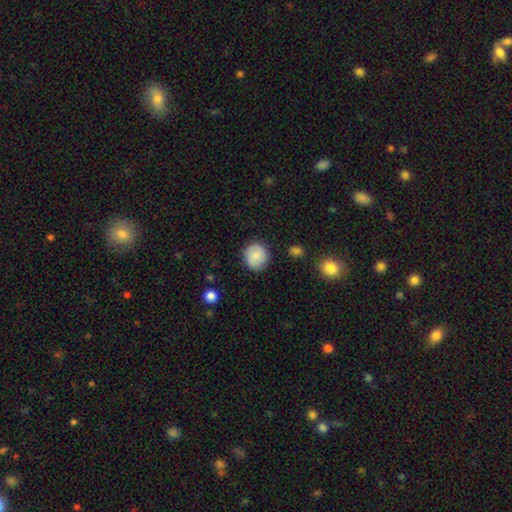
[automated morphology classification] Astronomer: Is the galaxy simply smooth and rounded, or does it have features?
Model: smooth — 83%.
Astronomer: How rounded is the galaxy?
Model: round — 85%.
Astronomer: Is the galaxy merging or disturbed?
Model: none — 86%.